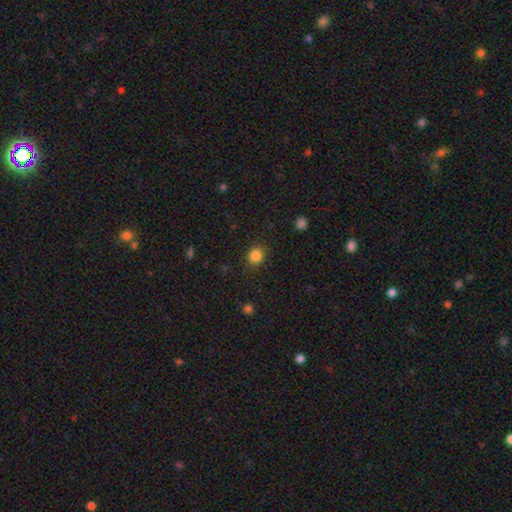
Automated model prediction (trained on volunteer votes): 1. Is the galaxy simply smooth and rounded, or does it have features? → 85% smooth, 11% star or artifact, 4% featured or disk.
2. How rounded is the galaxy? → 76% round, 23% in between, 1% cigar-shaped.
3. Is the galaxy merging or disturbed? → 88% none, 8% minor disturbance, 3% major disturbance, 1% merger.